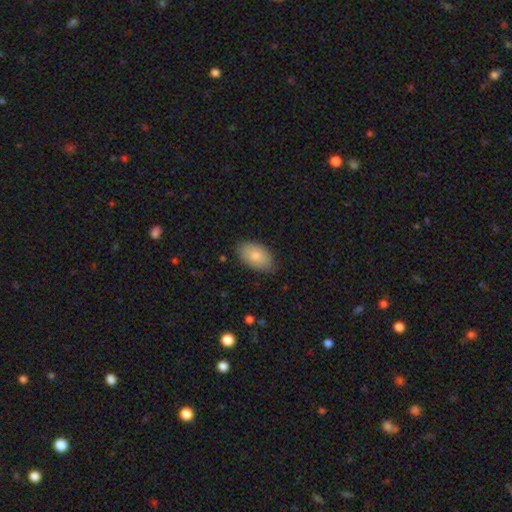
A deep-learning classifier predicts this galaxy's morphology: This appears to be a smooth galaxy with no disk features (81%) that is in between round and cigar-shaped (93%). Merging: none (79%).